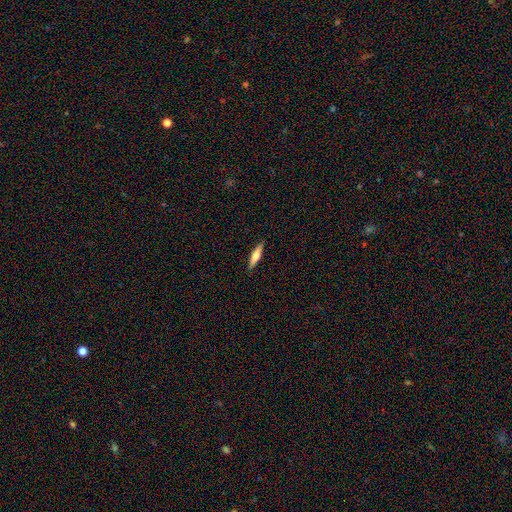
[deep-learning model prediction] A smooth galaxy with no disk features (57%) that is cigar-shaped (78%).

Vote fractions:
- Smooth or featured? smooth: 57% / featured or disk: 37% / star or artifact: 6%
- How rounded? cigar-shaped: 78% / in between: 20% / round: 2%
- Merging? none: 89% / minor disturbance: 8% / major disturbance: 2% / merger: 1%